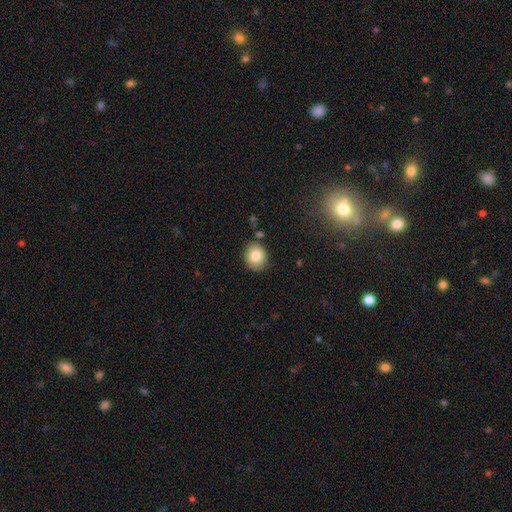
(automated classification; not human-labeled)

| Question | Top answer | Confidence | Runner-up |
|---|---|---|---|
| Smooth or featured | smooth | 84% | star or artifact (9%) |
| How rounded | round | 70% | in between (29%) |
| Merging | none | 83% | minor disturbance (11%) |